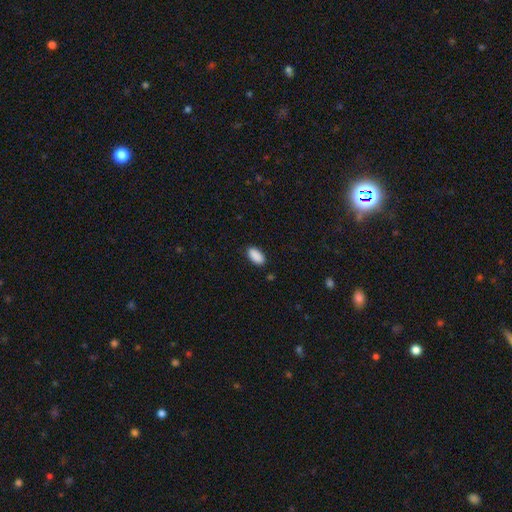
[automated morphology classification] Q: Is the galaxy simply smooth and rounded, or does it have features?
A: smooth — 91%.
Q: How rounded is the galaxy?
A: in between — 94%.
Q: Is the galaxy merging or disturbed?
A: none — 89%.